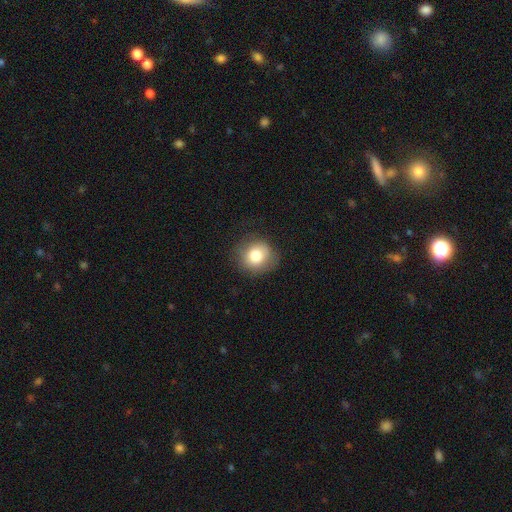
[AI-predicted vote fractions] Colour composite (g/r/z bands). It shows a smooth galaxy with no disk features (79%) that is round (83%). Merging: none (79%).